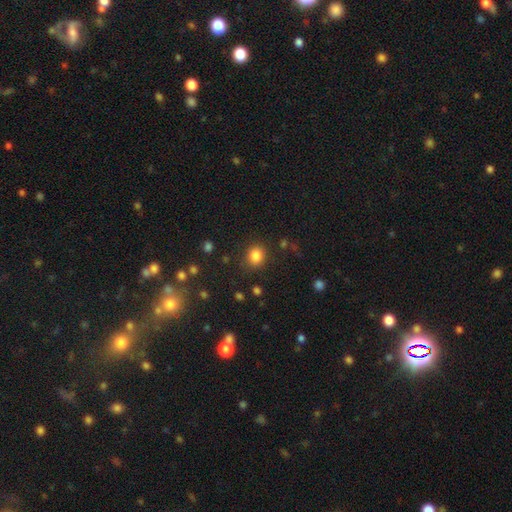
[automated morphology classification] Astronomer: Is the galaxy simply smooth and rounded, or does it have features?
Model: smooth — 84%.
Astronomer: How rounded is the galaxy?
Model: round — 72%.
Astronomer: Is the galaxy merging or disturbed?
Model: none — 85%.